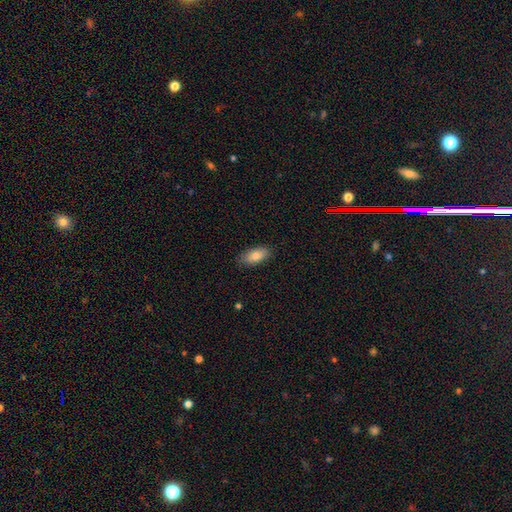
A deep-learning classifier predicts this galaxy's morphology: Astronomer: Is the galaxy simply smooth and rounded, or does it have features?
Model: smooth — 83%.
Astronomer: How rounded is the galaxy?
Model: in between — 90%.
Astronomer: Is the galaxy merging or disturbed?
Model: none — 85%.